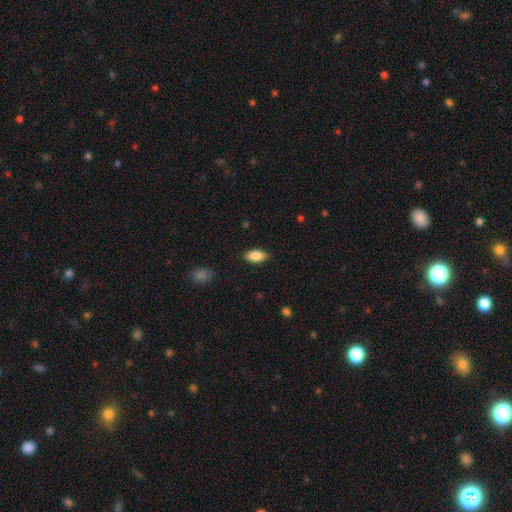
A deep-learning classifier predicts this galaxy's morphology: A smooth galaxy with no disk features (87%) that is in between round and cigar-shaped (91%). Merging: none (87%).